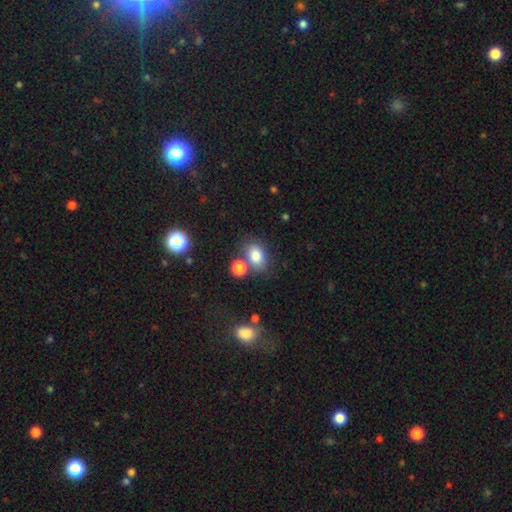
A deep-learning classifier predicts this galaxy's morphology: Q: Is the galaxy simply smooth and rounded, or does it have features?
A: smooth — 80%.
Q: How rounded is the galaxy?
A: in between — 67%.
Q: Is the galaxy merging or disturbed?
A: none — 62%.